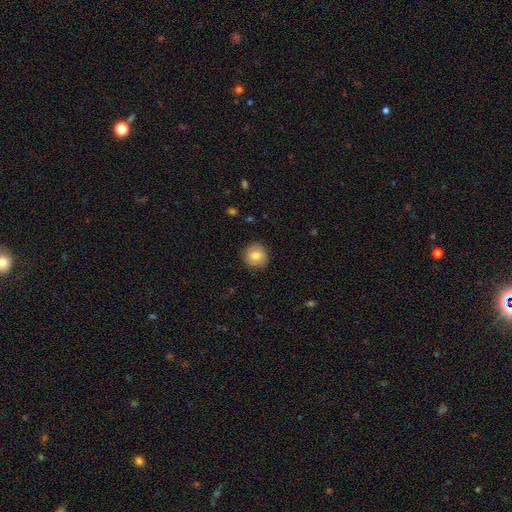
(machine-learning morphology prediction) Smooth or featured: smooth — 78% (featured or disk — 14%)
How rounded: round — 91% (in between — 9%)
Merging: none — 88% (minor disturbance — 9%)